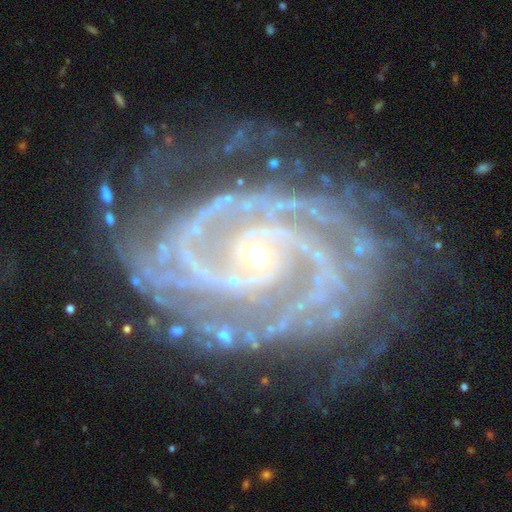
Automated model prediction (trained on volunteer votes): The model was most divided on "bar": no: 63%, weak: 23%, strong: 14%. More confident: spiral arms — yes (99%); edge-on disk — no (98%); smooth or featured — featured or disk (93%); bulge size — small (79%); spiral winding — tight (75%); merging — none (71%); spiral arm count — 2 (62%).